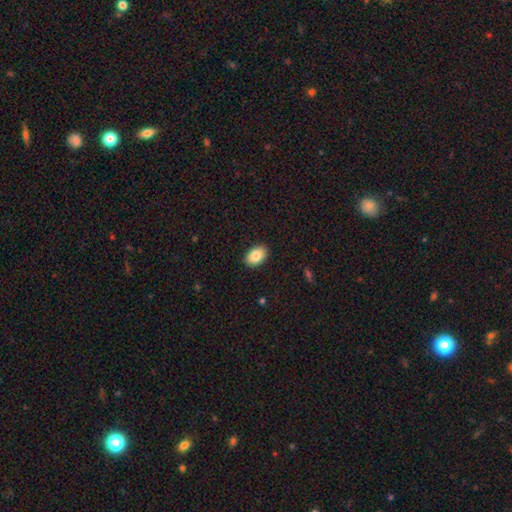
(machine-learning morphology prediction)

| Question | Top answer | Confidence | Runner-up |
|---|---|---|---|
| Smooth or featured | smooth | 85% | featured or disk (8%) |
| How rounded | in between | 90% | round (9%) |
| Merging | none | 90% | minor disturbance (7%) |